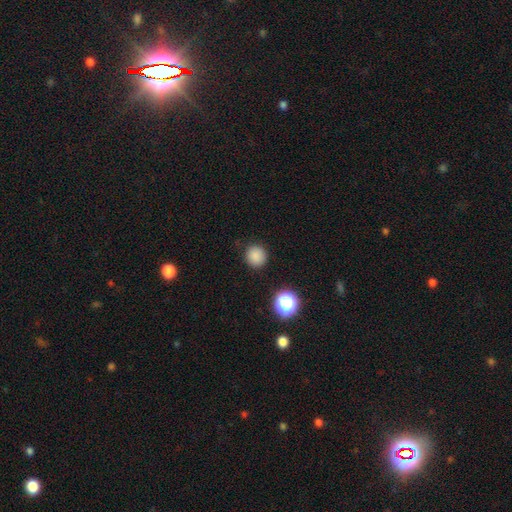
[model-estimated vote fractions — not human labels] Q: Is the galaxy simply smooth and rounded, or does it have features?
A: smooth — 84%.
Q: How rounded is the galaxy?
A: round — 93%.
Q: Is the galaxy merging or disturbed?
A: none — 89%.